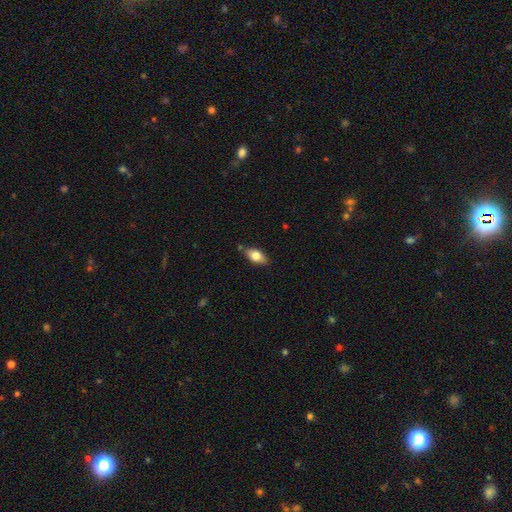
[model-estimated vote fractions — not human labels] This appears to be a smooth galaxy with no disk features (75%) that is in between round and cigar-shaped (87%). Merging: none (77%).